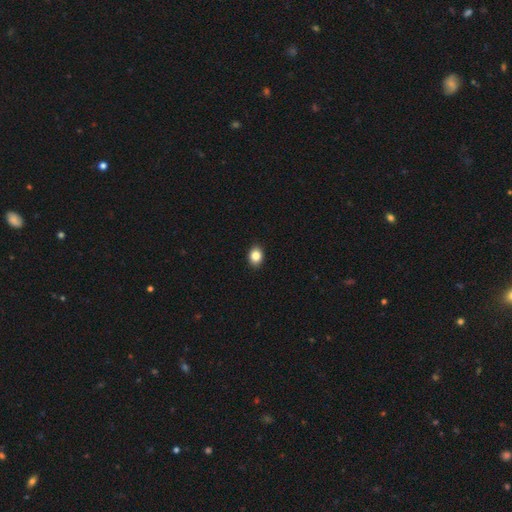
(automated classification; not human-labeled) Morphology: type=smooth (85%); roundness=in between (55%); merging=none (91%).